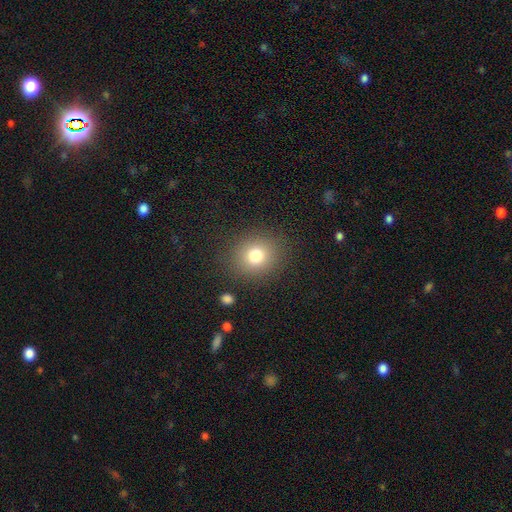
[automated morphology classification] The model was most divided on "how rounded": round: 79%, in between: 20%, cigar-shaped: 1%. More confident: merging — none (86%); smooth or featured — smooth (77%).